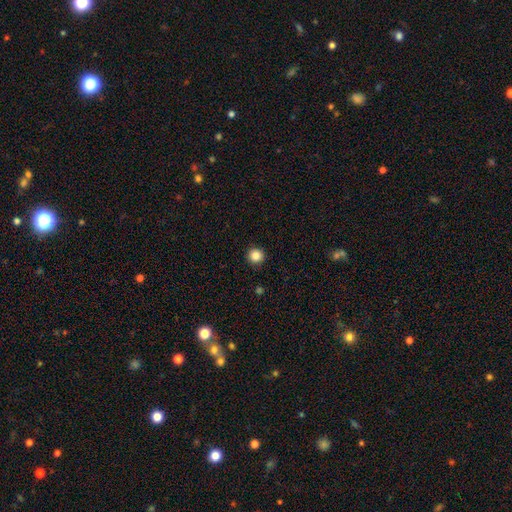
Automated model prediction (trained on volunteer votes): Morphology: type=smooth (85%); roundness=round (95%); merging=none (93%).